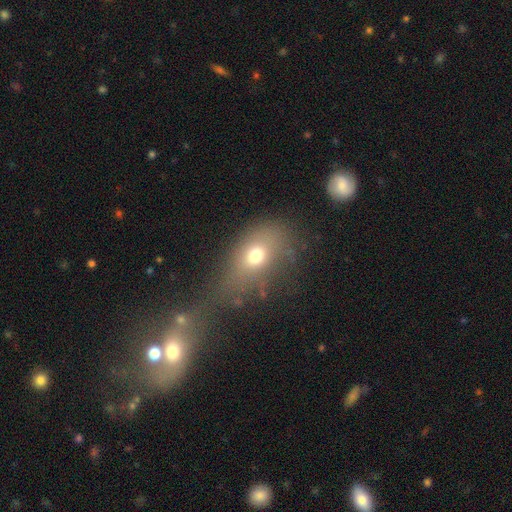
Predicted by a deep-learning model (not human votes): smooth 69%, featured or disk 17%, star or artifact 14%. Down the decision tree: how rounded — in between (69%); merging — none (42%).